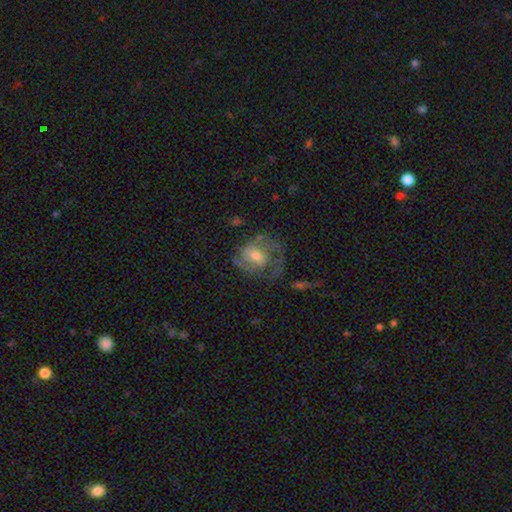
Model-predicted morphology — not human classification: Smooth or featured? featured or disk (66%)
Edge-on disk? no (97%)
Bar? no (52%)
Spiral arms? yes (80%)
Spiral winding? medium (43%)
Spiral arm count? 2 (47%)
Bulge size? moderate (57%)
Merging? none (48%)